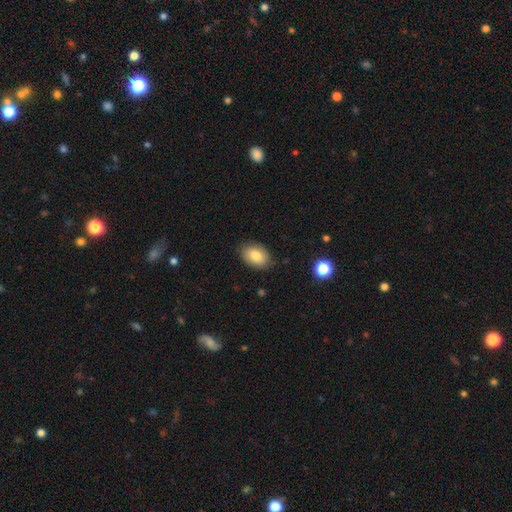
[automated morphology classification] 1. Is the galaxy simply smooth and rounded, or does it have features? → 82% smooth, 10% featured or disk, 8% star or artifact.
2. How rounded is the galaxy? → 83% in between, 16% round, 1% cigar-shaped.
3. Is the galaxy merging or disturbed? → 82% none, 13% minor disturbance, 3% major disturbance, 1% merger.